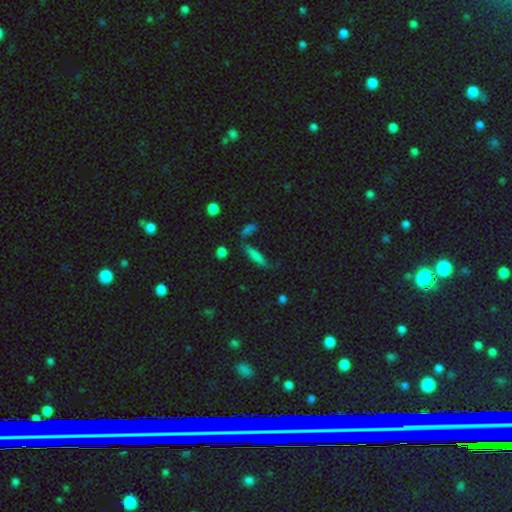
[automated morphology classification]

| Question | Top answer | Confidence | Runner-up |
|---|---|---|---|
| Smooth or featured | smooth | 74% | featured or disk (16%) |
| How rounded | cigar-shaped | 77% | in between (20%) |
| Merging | none | 70% | minor disturbance (18%) |